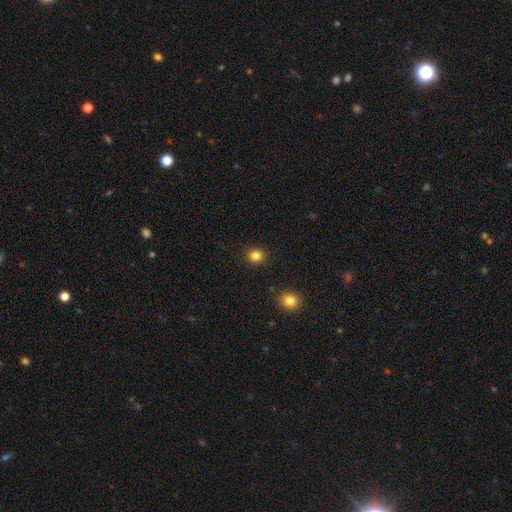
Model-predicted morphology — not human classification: smooth-or-featured: smooth: 83% | star or artifact: 12% | featured or disk: 5%
  how-rounded: round: 81% | in between: 18% | cigar-shaped: 1%
  merging: none: 90% | minor disturbance: 7% | major disturbance: 2% | merger: 1%